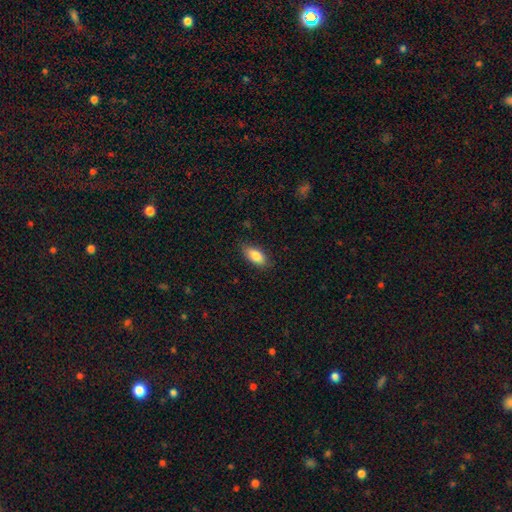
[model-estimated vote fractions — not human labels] smooth 84%, featured or disk 9%, star or artifact 7%. Down the decision tree: how rounded — in between (86%); merging — none (84%).